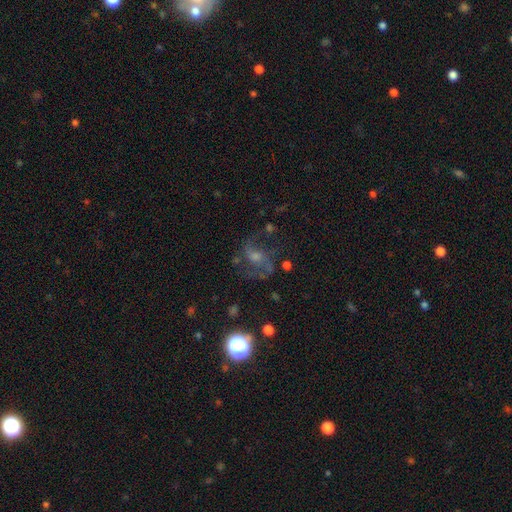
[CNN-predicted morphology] Smooth or featured? featured or disk (67%)
Edge-on disk? no (97%)
Bar? no (50%)
Spiral arms? yes (91%)
Spiral winding? medium (51%)
Spiral arm count? 2 (72%)
Bulge size? moderate (46%)
Merging? none (68%)